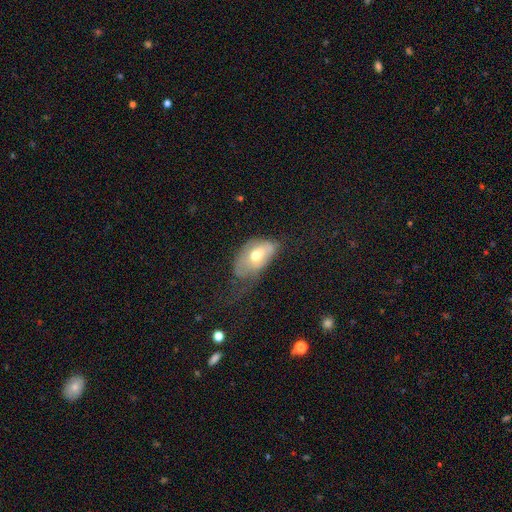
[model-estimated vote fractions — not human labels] This is possibly a smooth galaxy (56%). How rounded: clearly in between (92%). Merging: marginally major disturbance (37%).